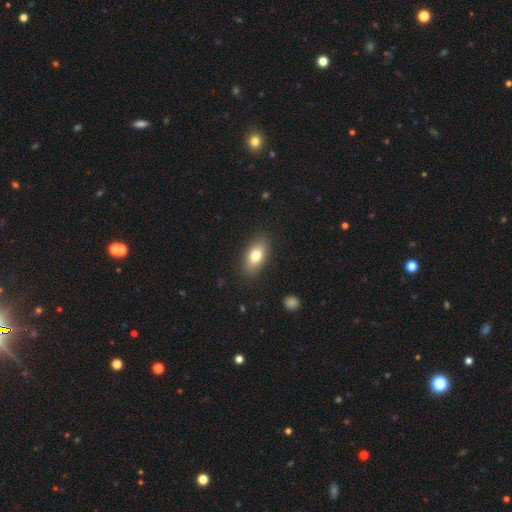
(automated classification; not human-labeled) Morphology: type=smooth (77%); roundness=in between (86%); merging=none (87%).